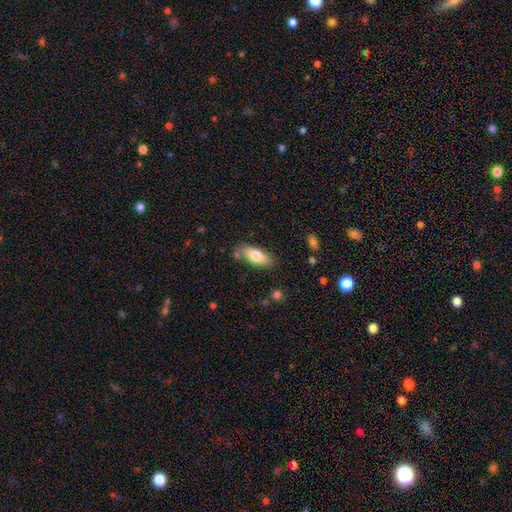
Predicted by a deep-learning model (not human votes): Morphology: type=smooth (75%); roundness=in between (80%); merging=none (78%).